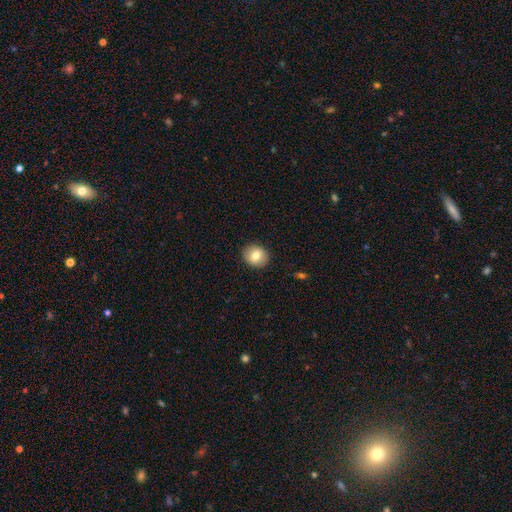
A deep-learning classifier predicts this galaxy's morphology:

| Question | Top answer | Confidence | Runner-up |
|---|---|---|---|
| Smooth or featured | smooth | 81% | featured or disk (10%) |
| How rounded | round | 77% | in between (22%) |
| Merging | none | 91% | minor disturbance (7%) |